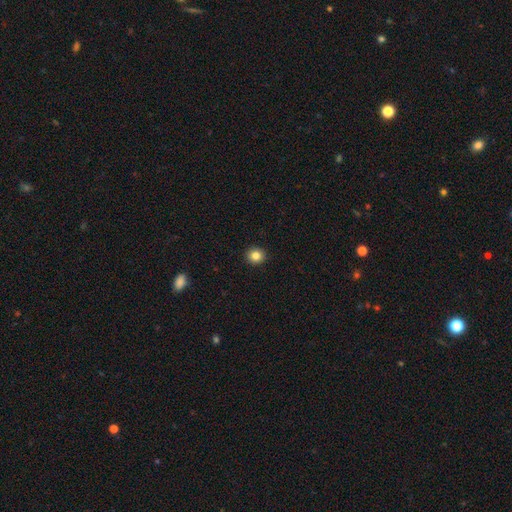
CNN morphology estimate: smooth 84%, star or artifact 10%, featured or disk 6%. Down the decision tree: how rounded — round (87%); merging — none (93%).